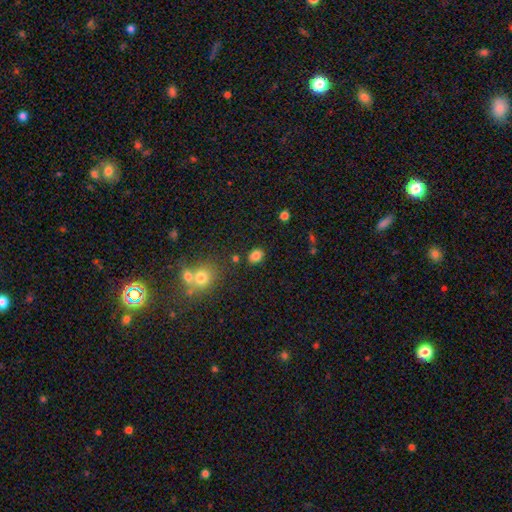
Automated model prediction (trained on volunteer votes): Overall: smooth (83%). How rounded: in between (62%; round 37%). Merging: none (81%).